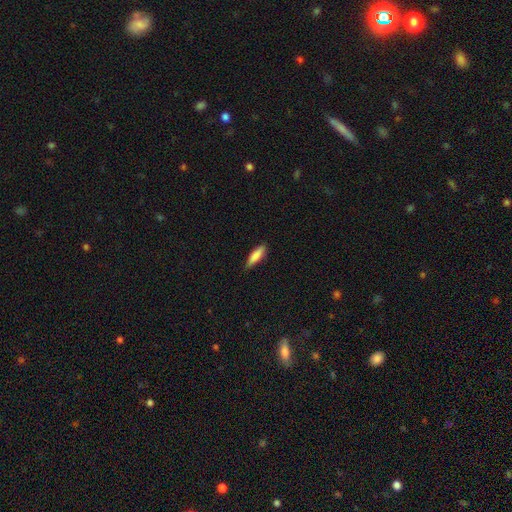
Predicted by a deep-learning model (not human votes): smooth 83%, featured or disk 11%, star or artifact 6%. Down the decision tree: how rounded — cigar-shaped (57%); merging — none (83%).